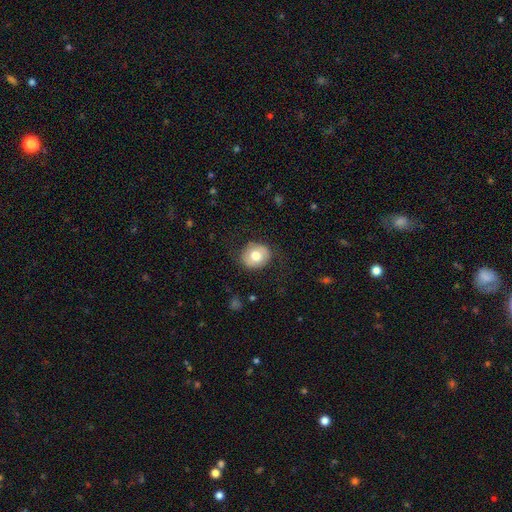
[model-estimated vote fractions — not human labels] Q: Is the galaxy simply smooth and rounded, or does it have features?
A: smooth — 69%.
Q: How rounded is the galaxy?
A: round — 71%.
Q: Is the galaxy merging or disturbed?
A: none — 81%.